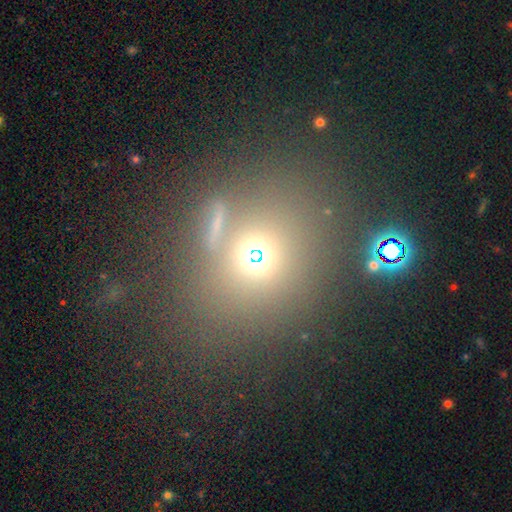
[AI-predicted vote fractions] A smooth galaxy with no disk features (50%). Merging: none (67%).